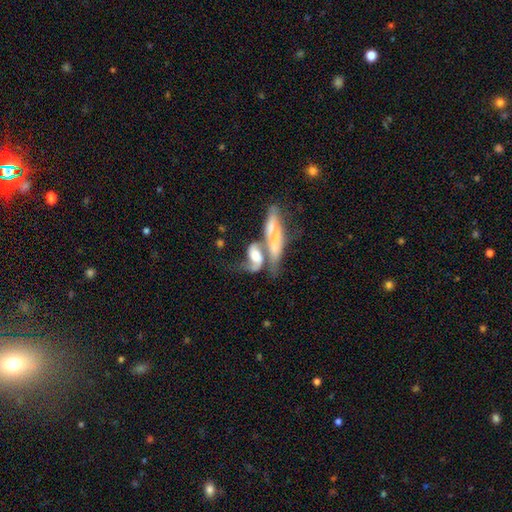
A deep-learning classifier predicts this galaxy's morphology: Q: Smooth or featured?
A: featured or disk (56%); runner-up: smooth (35%)
Q: Edge-on disk?
A: no (85%); runner-up: yes (15%)
Q: Merging?
A: merger (63%); runner-up: none (15%)